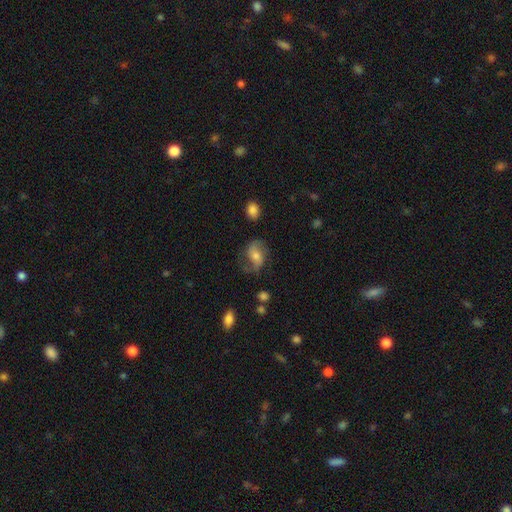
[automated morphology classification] The model was most divided on "bar": no: 42%, weak: 40%, strong: 18%. More confident: edge-on disk — no (97%); spiral arms — yes (92%); spiral arm count — 2 (87%); smooth or featured — featured or disk (69%); merging — none (65%); bulge size — moderate (51%); spiral winding — loose (51%).